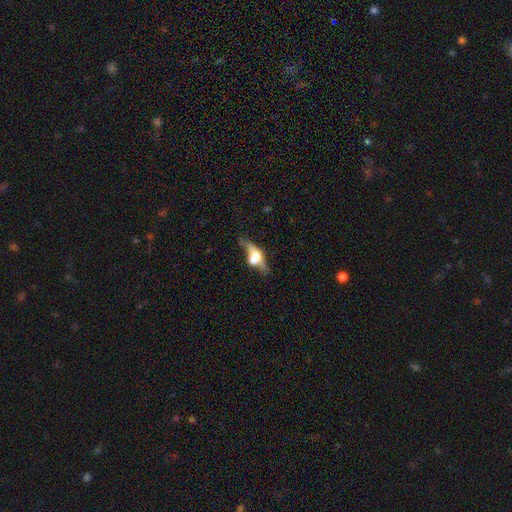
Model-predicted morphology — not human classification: Smooth or featured? Predicted: featured or disk (p=0.55). Edge-on disk? Predicted: yes (p=0.69). Merging? Predicted: none (p=0.38).